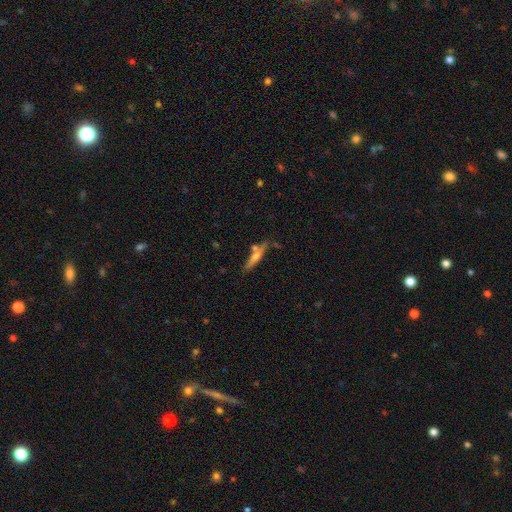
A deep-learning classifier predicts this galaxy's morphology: type=smooth (49%); merging=none (69%).